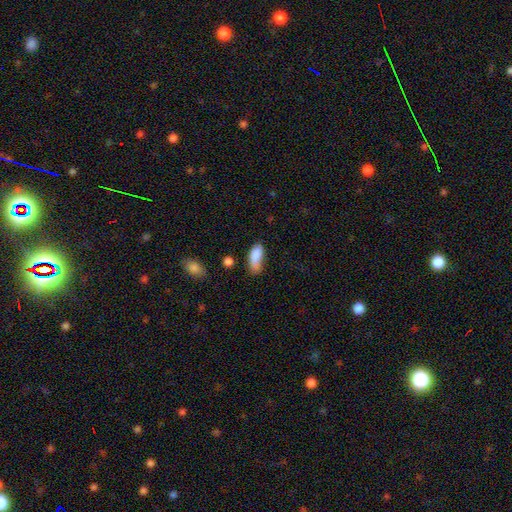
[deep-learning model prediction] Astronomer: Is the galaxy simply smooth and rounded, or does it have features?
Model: smooth — 84%.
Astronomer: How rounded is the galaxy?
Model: in between — 77%.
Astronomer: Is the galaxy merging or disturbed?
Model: none — 45% (runner-up: minor disturbance, 33%).